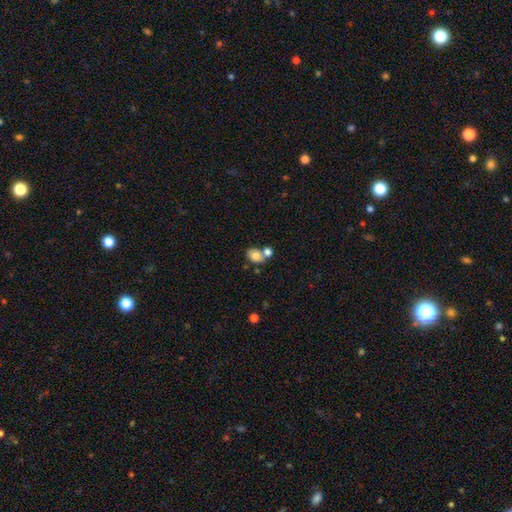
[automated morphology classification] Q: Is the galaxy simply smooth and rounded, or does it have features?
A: smooth — 77%.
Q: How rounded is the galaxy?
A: in between — 63%.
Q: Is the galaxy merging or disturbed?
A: none — 45%.